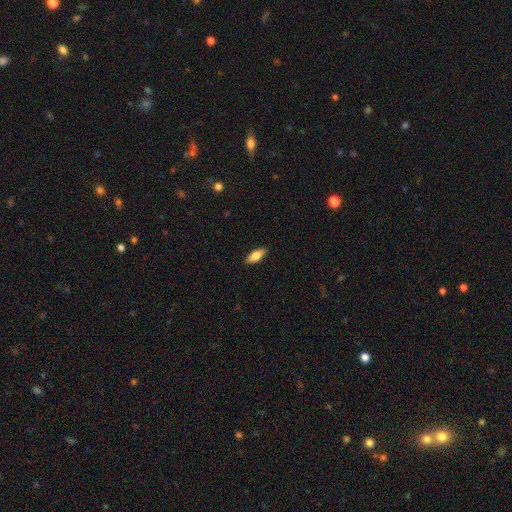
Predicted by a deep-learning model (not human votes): Smooth or featured? smooth (75%)
How rounded? in between (72%)
Merging? none (89%)